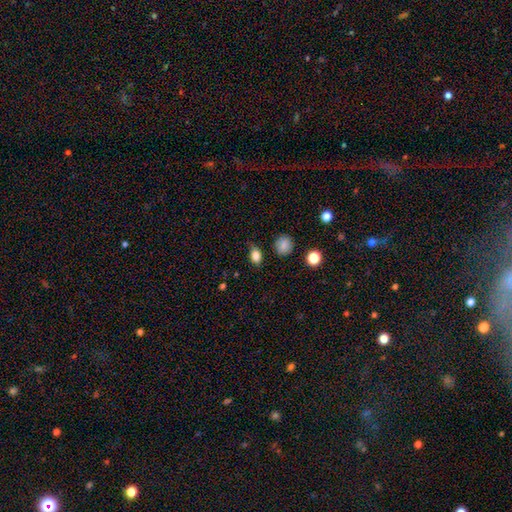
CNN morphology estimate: Smooth or featured? smooth (84%)
How rounded? in between (72%)
Merging? none (74%)